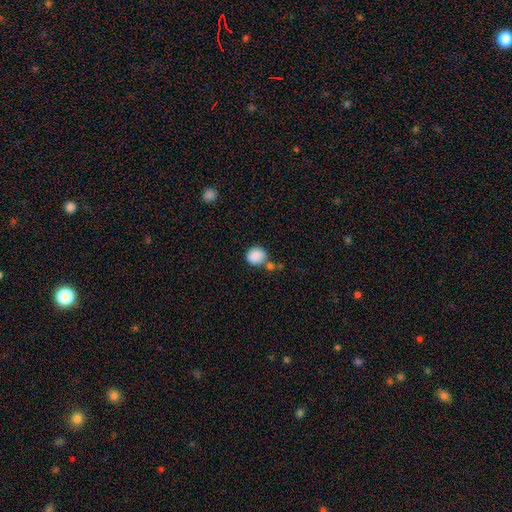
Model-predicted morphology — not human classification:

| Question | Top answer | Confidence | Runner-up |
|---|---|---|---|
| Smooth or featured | smooth | 87% | star or artifact (8%) |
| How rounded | round | 86% | in between (13%) |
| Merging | none | 66% | merger (17%) |